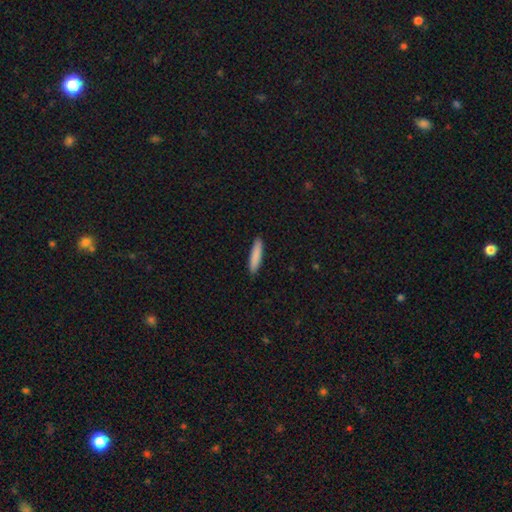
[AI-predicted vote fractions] Overall: smooth (87%). How rounded: cigar-shaped (84%). Merging: none (91%).